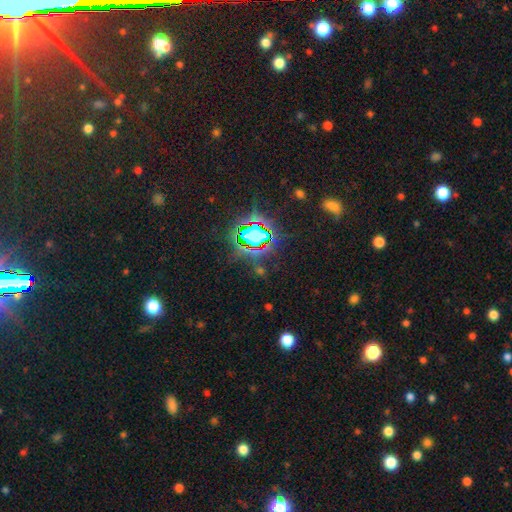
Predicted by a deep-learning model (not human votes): This appears to be a star or artifact, not a galaxy (78%).